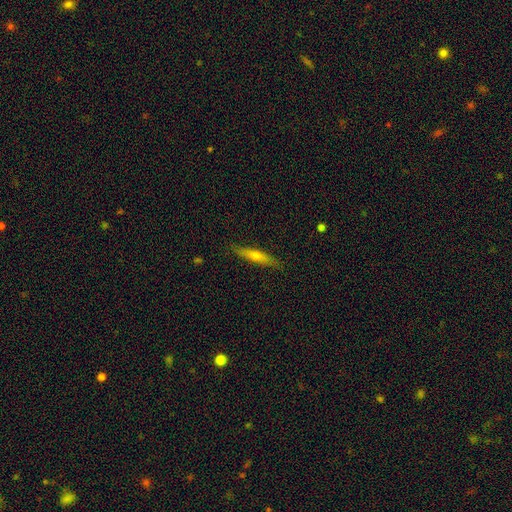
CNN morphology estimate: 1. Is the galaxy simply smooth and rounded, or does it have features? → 49% featured or disk, 44% smooth, 7% star or artifact.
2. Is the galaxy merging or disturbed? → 87% none, 10% minor disturbance, 2% major disturbance, 1% merger.